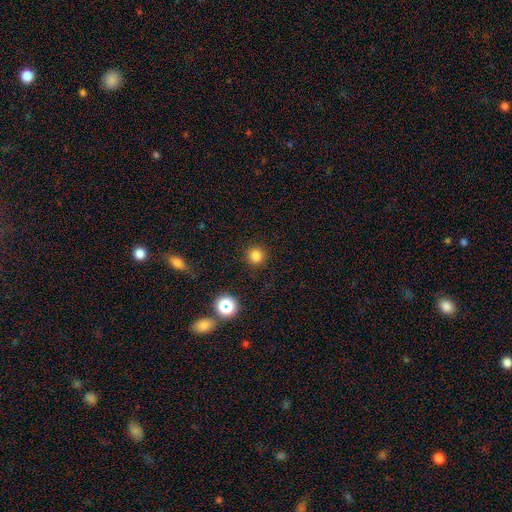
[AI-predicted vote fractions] A smooth galaxy with no disk features (81%) that is round (94%). Merging: none (91%).